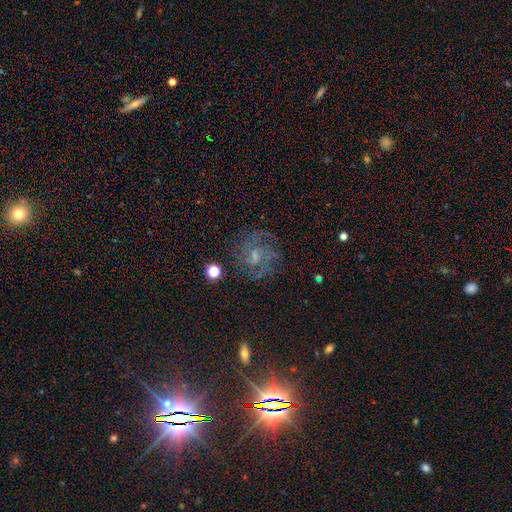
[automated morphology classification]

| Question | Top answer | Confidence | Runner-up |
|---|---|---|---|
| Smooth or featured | featured or disk | 59% | star or artifact (21%) |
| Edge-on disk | no | 96% | yes (4%) |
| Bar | weak | 50% | no (37%) |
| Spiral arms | yes | 81% | no (19%) |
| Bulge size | small | 43% | moderate (29%) |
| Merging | none | 68% | minor disturbance (16%) |